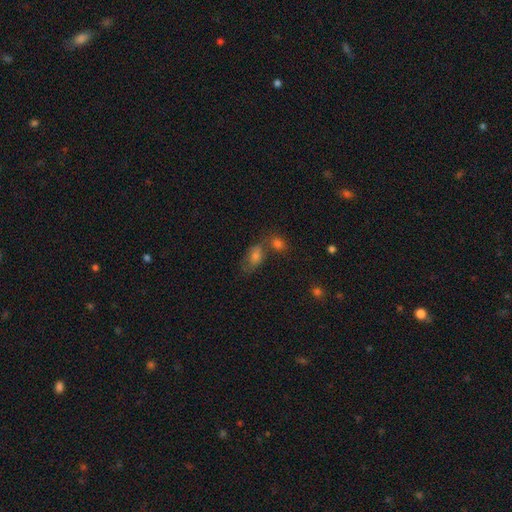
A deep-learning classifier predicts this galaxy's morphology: smooth 59%, featured or disk 22%, star or artifact 19%. Down the decision tree: how rounded — in between (82%); merging — none (43%).